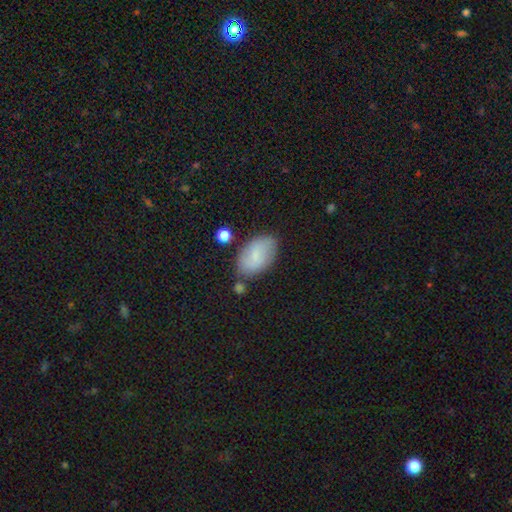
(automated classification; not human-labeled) A smooth galaxy with no disk features (72%) that is in between round and cigar-shaped (93%). Merging: none (72%).